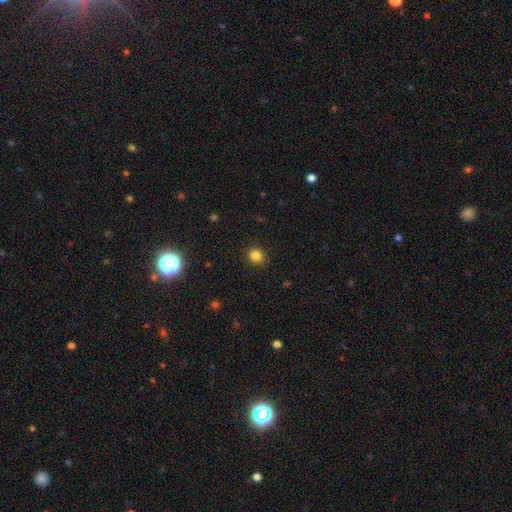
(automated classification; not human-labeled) Q: Smooth or featured?
A: smooth (83%); runner-up: star or artifact (13%)
Q: How rounded?
A: round (85%); runner-up: in between (14%)
Q: Merging?
A: none (90%); runner-up: minor disturbance (7%)